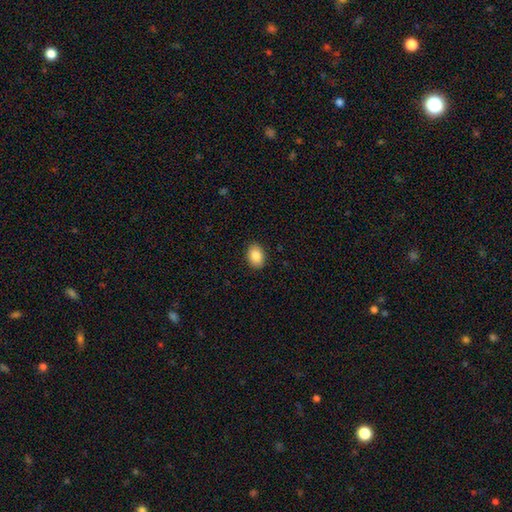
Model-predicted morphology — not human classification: A smooth galaxy with no disk features (88%) that is in between round and cigar-shaped (81%). Merging: none (90%).